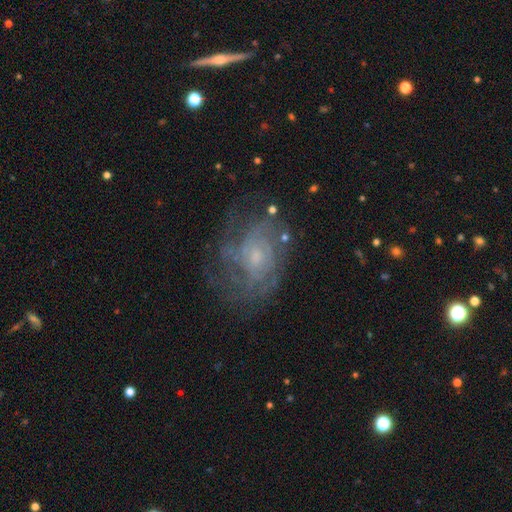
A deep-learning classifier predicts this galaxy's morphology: This is likely a featured or disk galaxy (77%). It is clearly not viewed edge-on (97%). Bar: likely no (71%). Spiral arm pattern: clearly yes (86%). Spiral arm count: possibly can't tell (46%). Spiral winding: possibly tight (52%). Central bulge: possibly small (57%). Merging: likely none (67%).